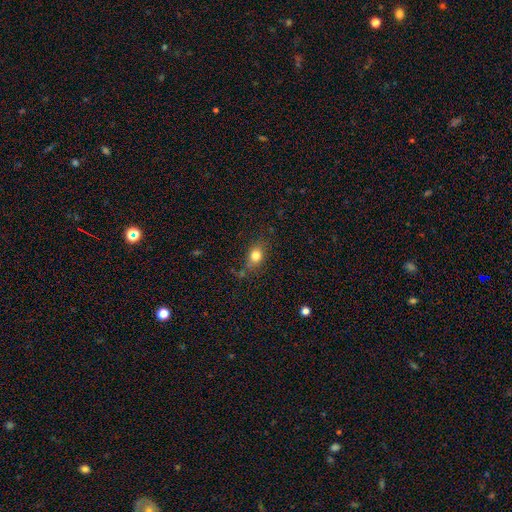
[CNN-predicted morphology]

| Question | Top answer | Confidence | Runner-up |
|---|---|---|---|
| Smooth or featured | smooth | 81% | star or artifact (11%) |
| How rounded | in between | 58% | round (39%) |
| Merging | none | 72% | minor disturbance (18%) |